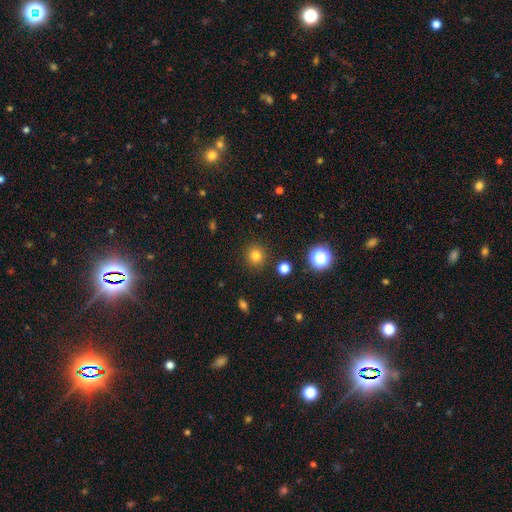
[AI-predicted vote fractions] The model was most divided on "smooth or featured": smooth: 79%, star or artifact: 15%, featured or disk: 5%. More confident: how rounded — round (92%); merging — none (89%).